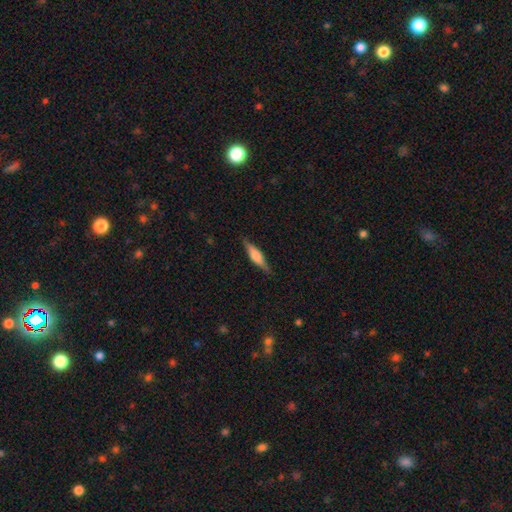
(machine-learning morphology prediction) smooth-or-featured: featured or disk: 50% | smooth: 44% | star or artifact: 6%
  disk-edge-on: yes: 96% | no: 4%
  merging: none: 88% | minor disturbance: 9% | major disturbance: 2% | merger: 1%